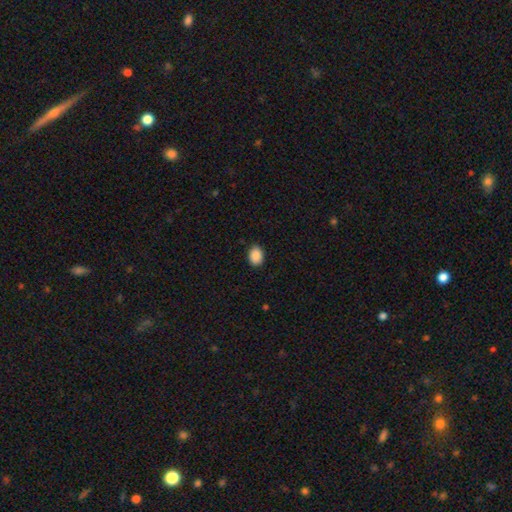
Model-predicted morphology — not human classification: Smooth or featured?
  - smooth: 90% *
  - star or artifact: 8%
  - featured or disk: 3%
How rounded?
  - in between: 71% *
  - round: 28%
  - cigar-shaped: 1%
Merging?
  - none: 89% *
  - minor disturbance: 8%
  - major disturbance: 2%
  - merger: 1%